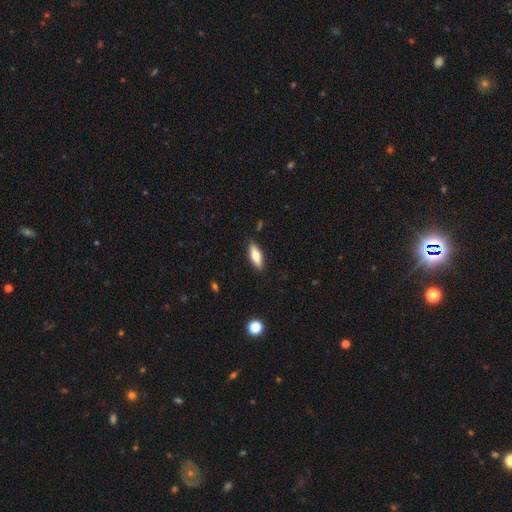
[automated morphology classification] This appears to be a smooth galaxy with no disk features (61%) that is in between round and cigar-shaped (59%). Merging: none (88%).